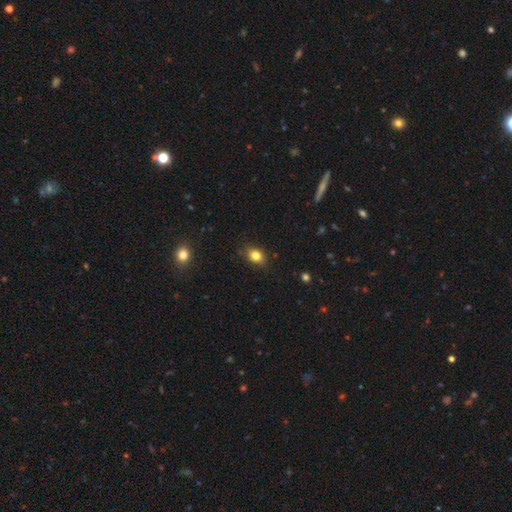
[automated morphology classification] Smooth or featured: smooth — 81% (star or artifact — 11%)
How rounded: in between — 62% (round — 36%)
Merging: none — 80% (minor disturbance — 16%)